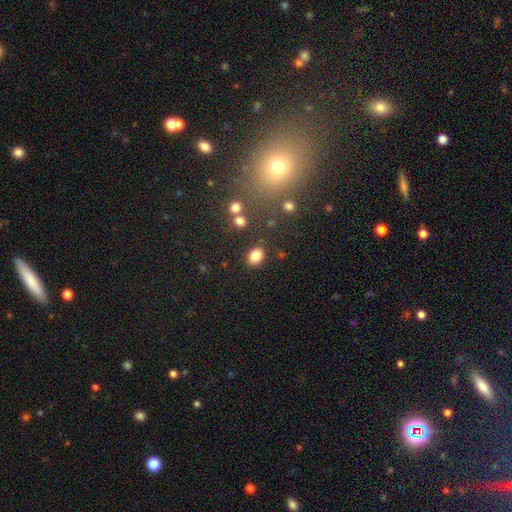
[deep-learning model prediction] This appears to be a smooth galaxy with no disk features (84%) that is in between round and cigar-shaped (58%). Merging: none (83%).